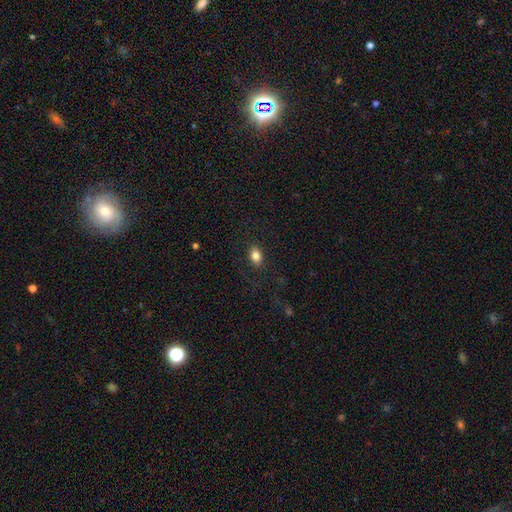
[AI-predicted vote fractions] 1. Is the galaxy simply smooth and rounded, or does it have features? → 83% smooth, 9% star or artifact, 7% featured or disk.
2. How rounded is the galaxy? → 81% in between, 17% round, 2% cigar-shaped.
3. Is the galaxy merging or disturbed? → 86% none, 10% minor disturbance, 3% major disturbance, 1% merger.